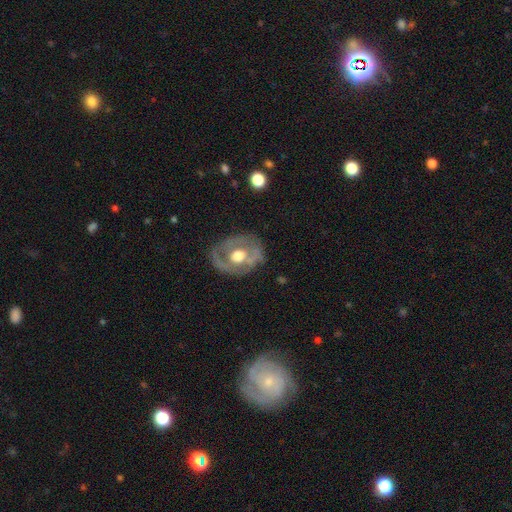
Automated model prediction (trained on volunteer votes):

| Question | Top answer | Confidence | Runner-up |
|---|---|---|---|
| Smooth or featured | featured or disk | 68% | smooth (25%) |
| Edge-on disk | no | 94% | yes (6%) |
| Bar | no | 59% | weak (25%) |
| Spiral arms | no | 56% | yes (44%) |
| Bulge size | moderate | 71% | large (16%) |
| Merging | none | 78% | minor disturbance (14%) |